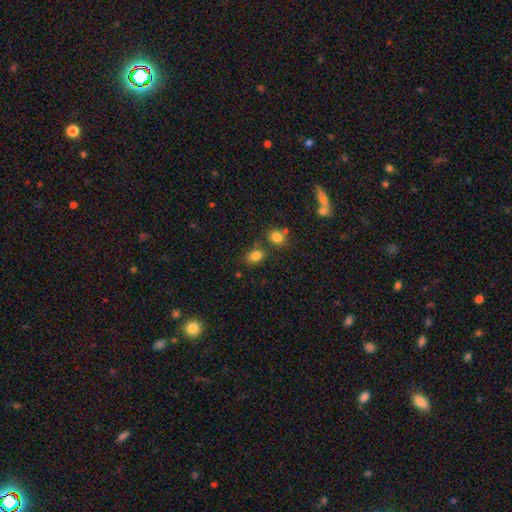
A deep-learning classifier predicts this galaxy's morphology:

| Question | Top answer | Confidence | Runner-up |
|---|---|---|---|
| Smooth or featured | smooth | 82% | star or artifact (12%) |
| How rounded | in between | 56% | round (43%) |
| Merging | none | 67% | merger (15%) |